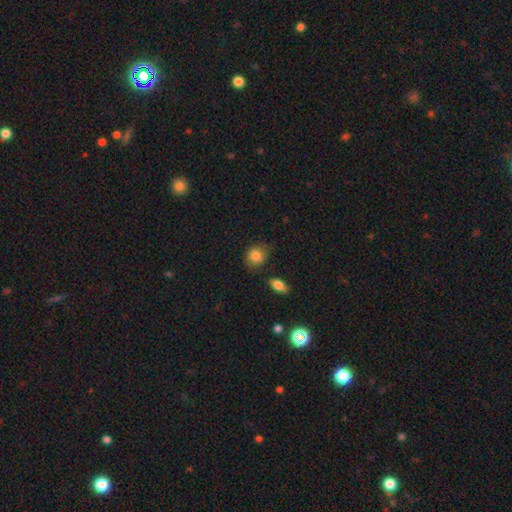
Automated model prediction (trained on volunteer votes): Smooth or featured?
  - smooth: 84% *
  - star or artifact: 9%
  - featured or disk: 7%
How rounded?
  - round: 63% *
  - in between: 36%
  - cigar-shaped: 1%
Merging?
  - none: 71% *
  - minor disturbance: 21%
  - major disturbance: 4%
  - merger: 4%